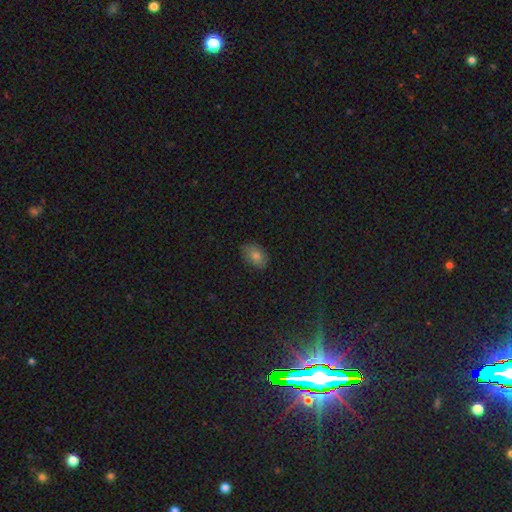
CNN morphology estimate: type=smooth (77%); roundness=in between (85%); merging=none (82%).